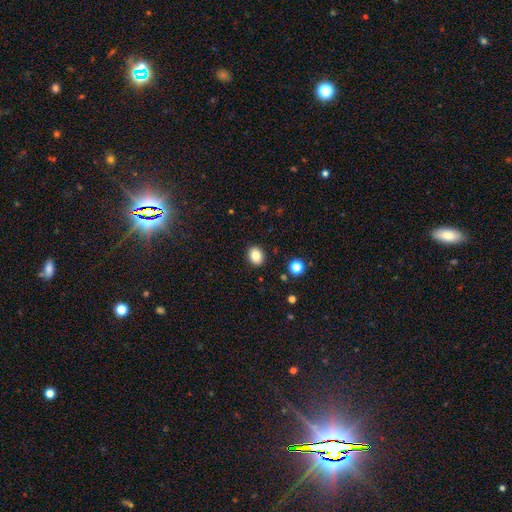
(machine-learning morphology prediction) smooth 84%, star or artifact 10%, featured or disk 6%. Down the decision tree: how rounded — round (51%); merging — none (90%).